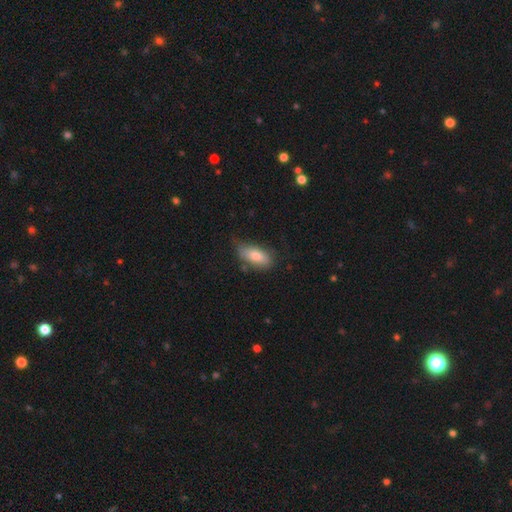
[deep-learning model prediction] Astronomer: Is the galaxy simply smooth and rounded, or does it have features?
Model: smooth — 79%.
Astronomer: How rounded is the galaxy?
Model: in between — 86%.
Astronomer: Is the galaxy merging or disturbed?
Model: none — 64%.